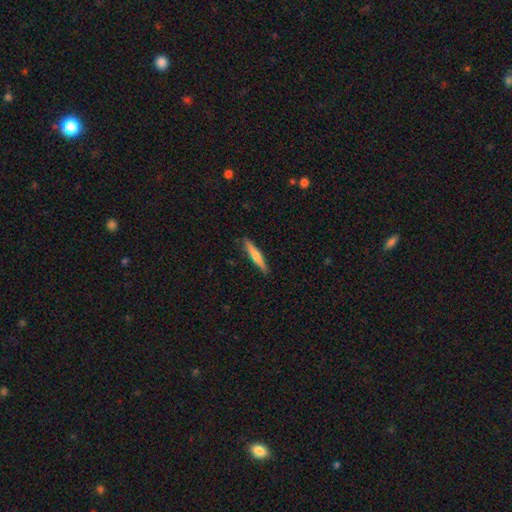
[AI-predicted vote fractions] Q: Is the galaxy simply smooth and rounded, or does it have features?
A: smooth — 49%.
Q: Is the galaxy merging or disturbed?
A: none — 90%.